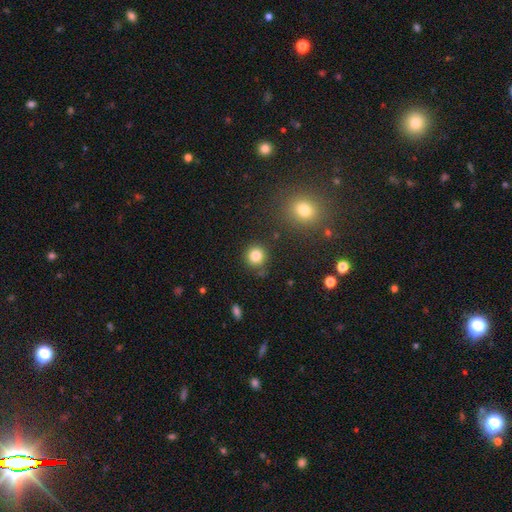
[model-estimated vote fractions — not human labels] smooth 83%, star or artifact 12%, featured or disk 5%. Down the decision tree: how rounded — round (92%); merging — none (86%).